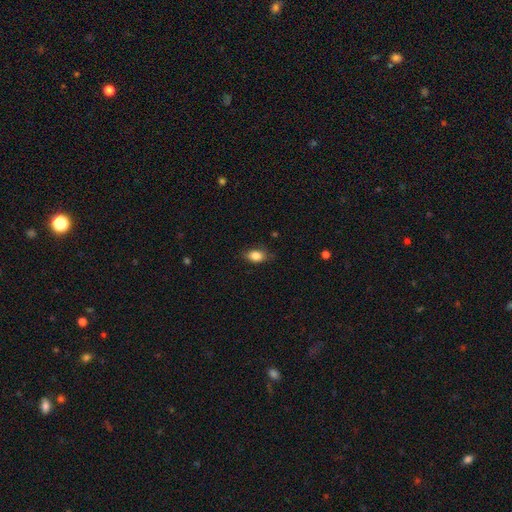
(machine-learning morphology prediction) This appears to be a smooth galaxy with no disk features (85%) that is in between round and cigar-shaped (81%). Merging: none (77%).